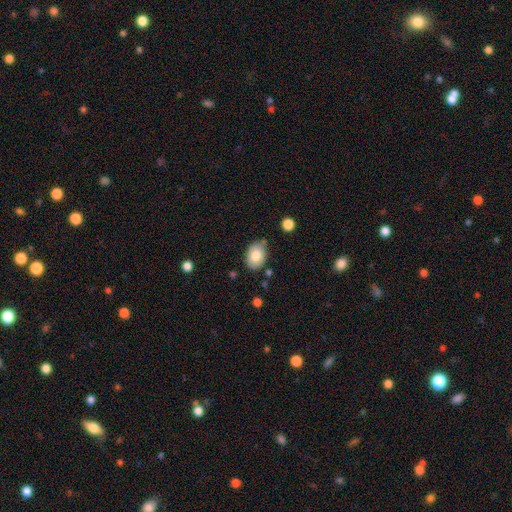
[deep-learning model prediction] The model was most divided on "how rounded": in between: 78%, round: 21%, cigar-shaped: 1%. More confident: smooth or featured — smooth (81%); merging — none (75%).